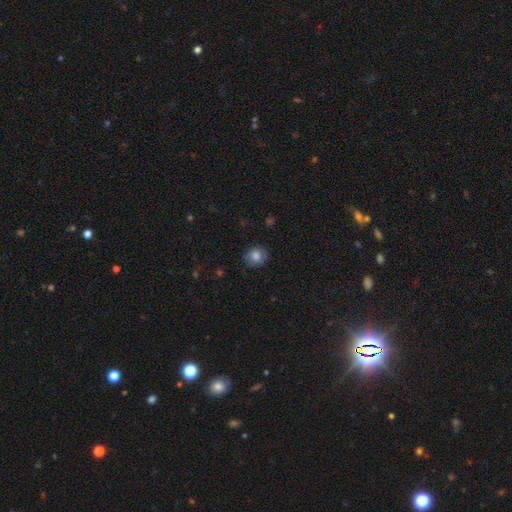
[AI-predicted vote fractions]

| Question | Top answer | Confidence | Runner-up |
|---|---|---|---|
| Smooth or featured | smooth | 77% | featured or disk (14%) |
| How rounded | round | 69% | in between (30%) |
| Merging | none | 79% | minor disturbance (16%) |